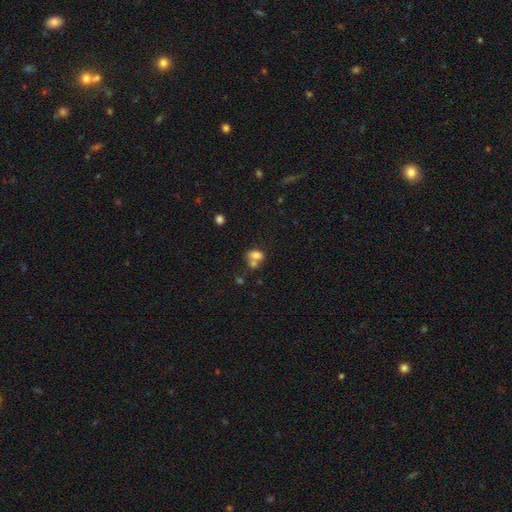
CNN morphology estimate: A smooth galaxy with no disk features (75%) that is in between round and cigar-shaped (73%).

Vote fractions:
- Smooth or featured? smooth: 75% / featured or disk: 14% / star or artifact: 12%
- How rounded? in between: 73% / round: 26% / cigar-shaped: 2%
- Merging? merger: 53% / none: 29% / minor disturbance: 11% / major disturbance: 7%